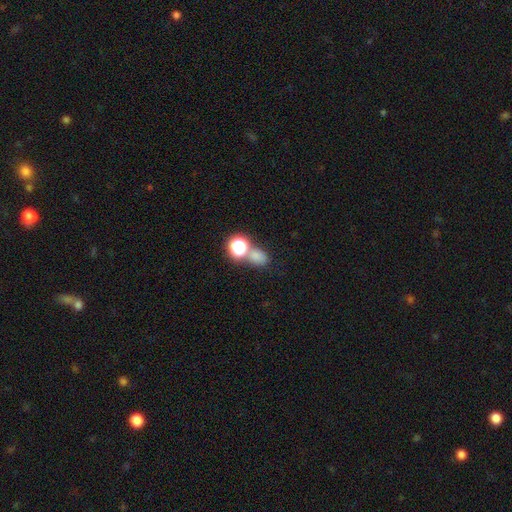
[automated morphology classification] Smooth or featured? smooth (69%)
How rounded? round (51%)
Merging? none (54%)